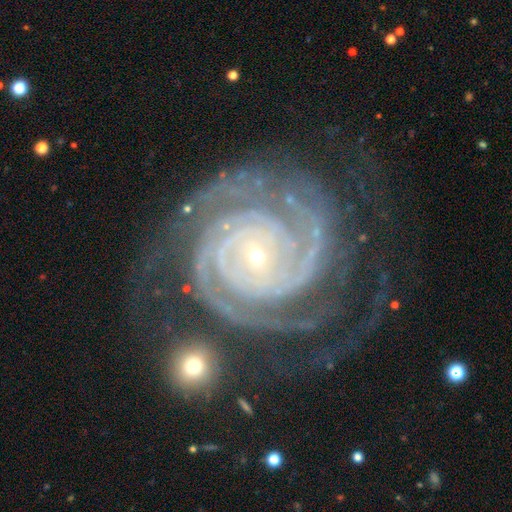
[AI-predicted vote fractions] Overall: featured or disk (93%). Edge-on disk: no (98%). Bar: no (74%). Spiral arms: yes (99%). Spiral arm count: 2 (42%; 3 21%). Spiral winding: tight (82%). Bulge size: small (85%). Merging: none (64%).